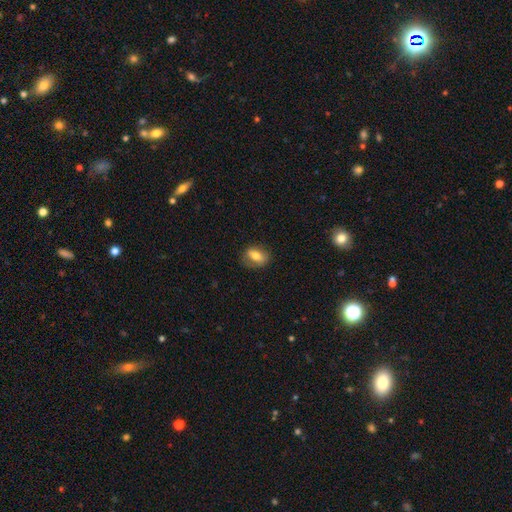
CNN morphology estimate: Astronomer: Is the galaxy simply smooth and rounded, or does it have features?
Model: smooth — 64%.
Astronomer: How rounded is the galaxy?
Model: in between — 77%.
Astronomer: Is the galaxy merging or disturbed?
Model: none — 78%.